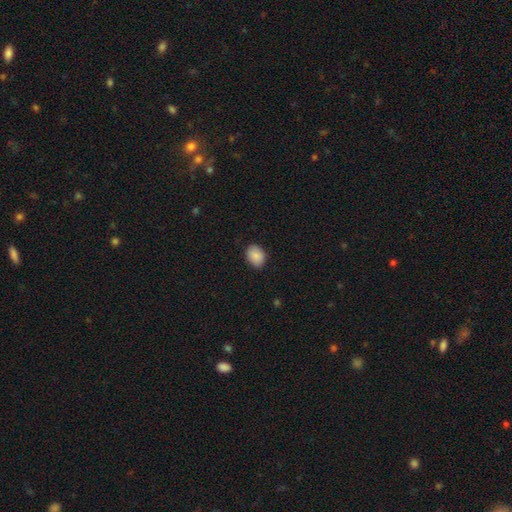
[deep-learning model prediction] This is clearly a smooth galaxy (89%). How rounded: likely in between (63%). Merging: clearly none (87%).